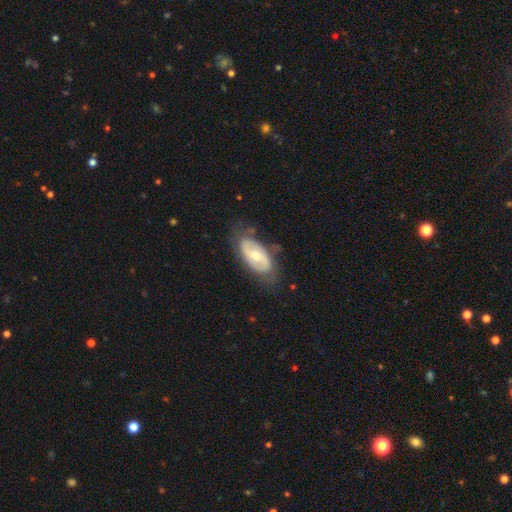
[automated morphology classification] Smooth or featured? featured or disk (62%)
Edge-on disk? no (92%)
Bar? no (51%)
Spiral arms? yes (57%)
Bulge size? moderate (62%)
Merging? none (67%)